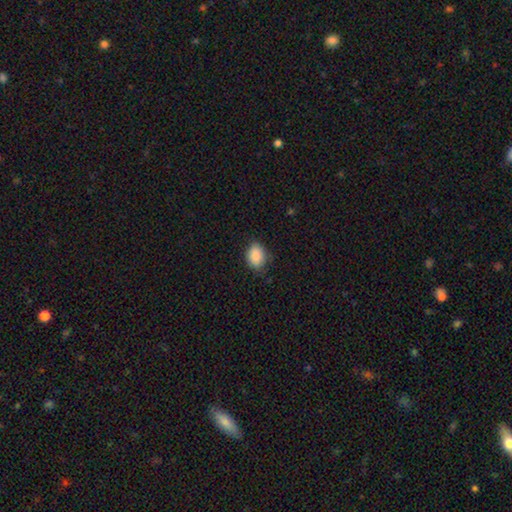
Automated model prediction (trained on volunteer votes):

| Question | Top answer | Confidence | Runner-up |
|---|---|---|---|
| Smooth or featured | smooth | 87% | star or artifact (8%) |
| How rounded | in between | 68% | round (31%) |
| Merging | none | 75% | minor disturbance (21%) |